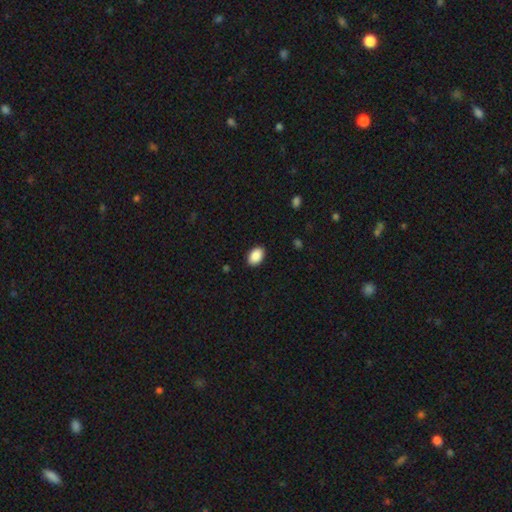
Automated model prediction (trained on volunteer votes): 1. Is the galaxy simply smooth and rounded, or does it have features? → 90% smooth, 7% star or artifact, 3% featured or disk.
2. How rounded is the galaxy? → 87% in between, 12% round, 1% cigar-shaped.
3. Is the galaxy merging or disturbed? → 90% none, 8% minor disturbance, 2% major disturbance, 1% merger.